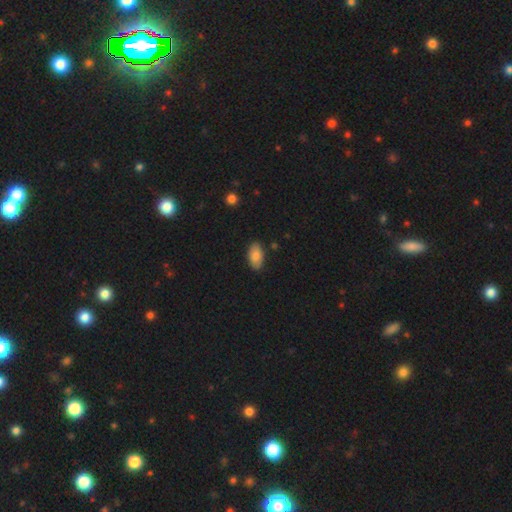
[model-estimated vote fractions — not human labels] Q: Smooth or featured?
A: smooth (83%); runner-up: featured or disk (10%)
Q: How rounded?
A: in between (94%); runner-up: round (4%)
Q: Merging?
A: none (84%); runner-up: minor disturbance (12%)